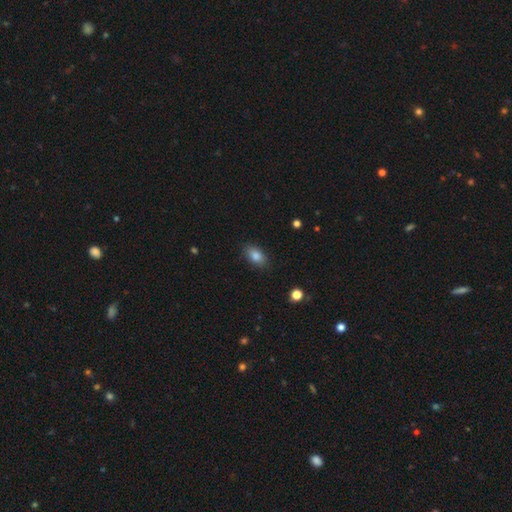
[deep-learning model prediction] smooth-or-featured: smooth: 84% | star or artifact: 9% | featured or disk: 7%
  how-rounded: in between: 89% | round: 8% | cigar-shaped: 3%
  merging: none: 85% | minor disturbance: 11% | major disturbance: 3% | merger: 1%